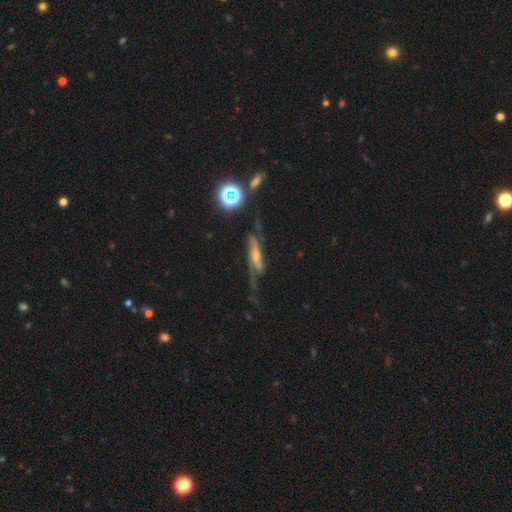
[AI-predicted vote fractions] smooth-or-featured: featured or disk: 72% | smooth: 16% | star or artifact: 13%
  disk-edge-on: no: 63% | yes: 37%
  merging: none: 51% | major disturbance: 23% | minor disturbance: 22% | merger: 4%